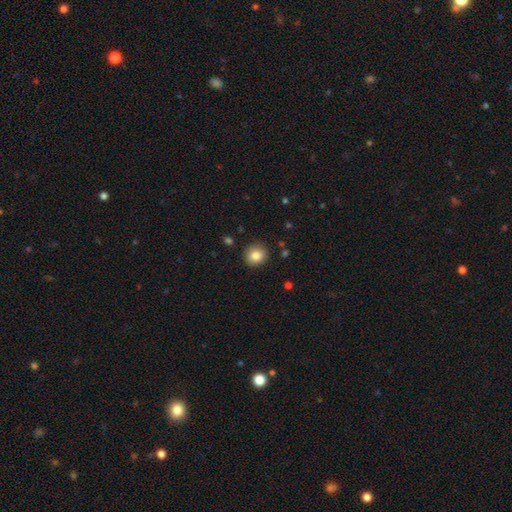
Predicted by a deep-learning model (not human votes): Smooth or featured? Predicted: smooth (p=0.84). How rounded? Predicted: round (p=0.87). Merging? Predicted: none (p=0.89).